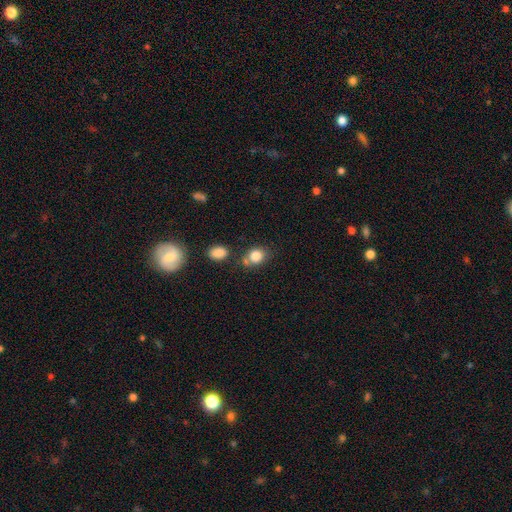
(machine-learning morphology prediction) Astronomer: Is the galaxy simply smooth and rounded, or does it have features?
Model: smooth — 83%.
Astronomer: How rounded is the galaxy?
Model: round — 51% (runner-up: in between, 48%).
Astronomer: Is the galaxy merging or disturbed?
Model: none — 59%.